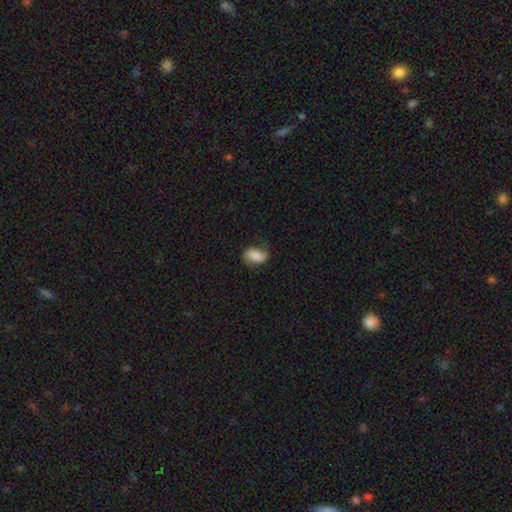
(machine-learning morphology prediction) Smooth or featured? Predicted: smooth (p=0.63). How rounded? Predicted: in between (p=0.84). Merging? Predicted: none (p=0.65).